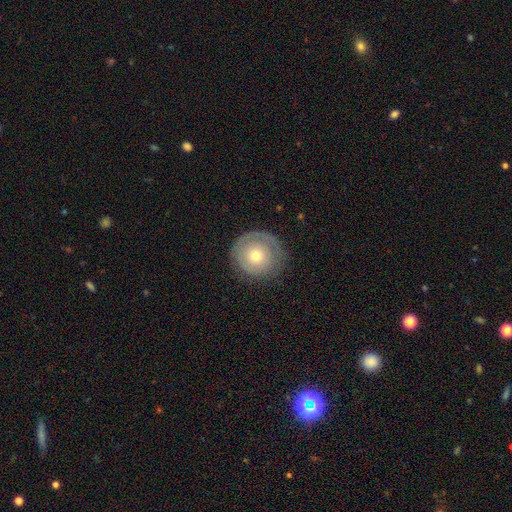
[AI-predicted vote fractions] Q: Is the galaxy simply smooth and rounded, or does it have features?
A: smooth — 54%.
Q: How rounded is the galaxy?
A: round — 91%.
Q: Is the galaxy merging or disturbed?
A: none — 77%.